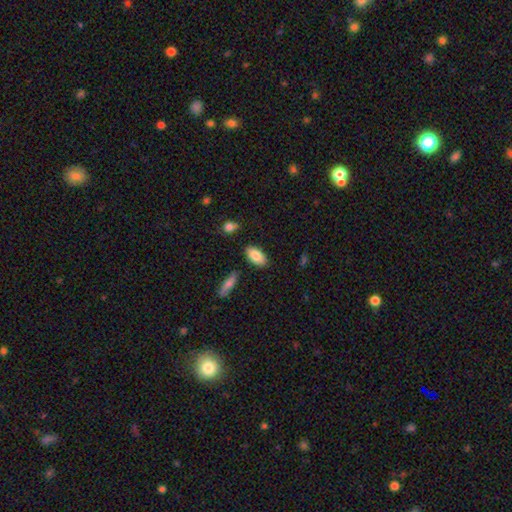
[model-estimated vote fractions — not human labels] smooth_or_featured: smooth (p=0.86) [alt: featured or disk p=0.08]
how_rounded: in between (p=0.92) [alt: cigar-shaped p=0.05]
merging: none (p=0.84) [alt: minor disturbance p=0.11]